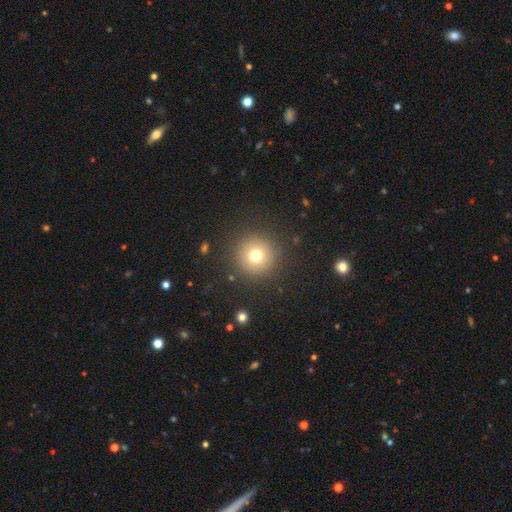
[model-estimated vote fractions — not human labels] Overall: smooth (73%). How rounded: round (96%). Merging: none (90%).